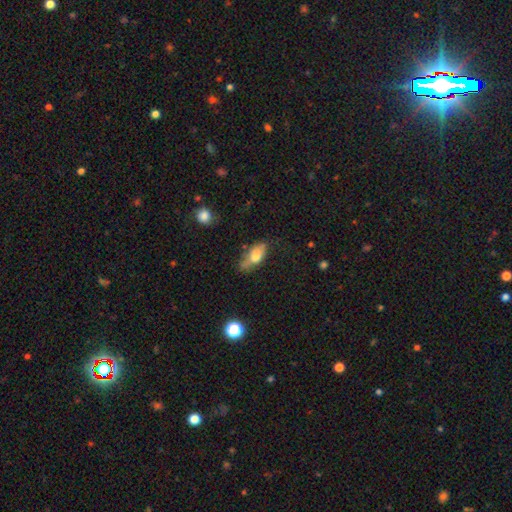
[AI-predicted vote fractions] The model was most divided on "merging": none: 49%, minor disturbance: 32%, major disturbance: 13%, merger: 6%. More confident: how rounded — in between (81%); smooth or featured — smooth (68%).